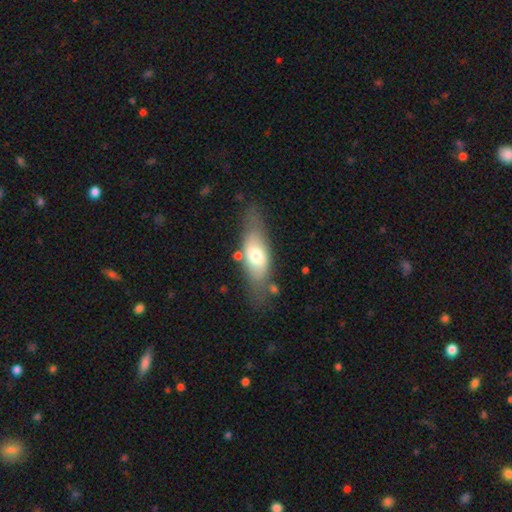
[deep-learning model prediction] Smooth or featured? Predicted: smooth (p=0.58). How rounded? Predicted: in between (p=0.74). Merging? Predicted: none (p=0.68).